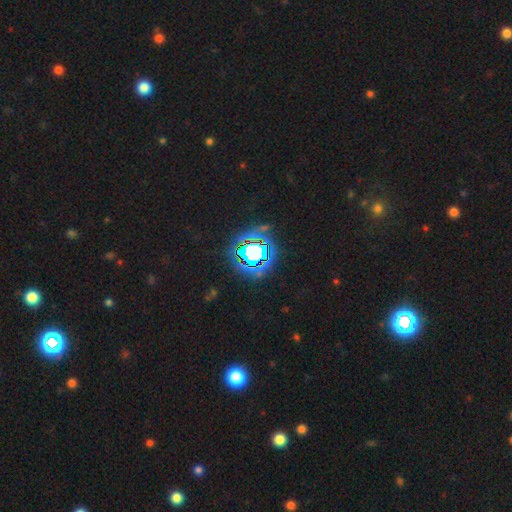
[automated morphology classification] type=star or artifact (81%).